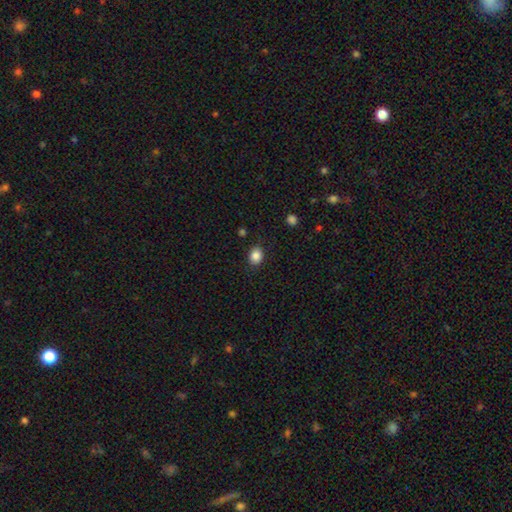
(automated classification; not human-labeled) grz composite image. It shows a smooth galaxy with no disk features (86%) that is round (53%). Merging: none (85%).